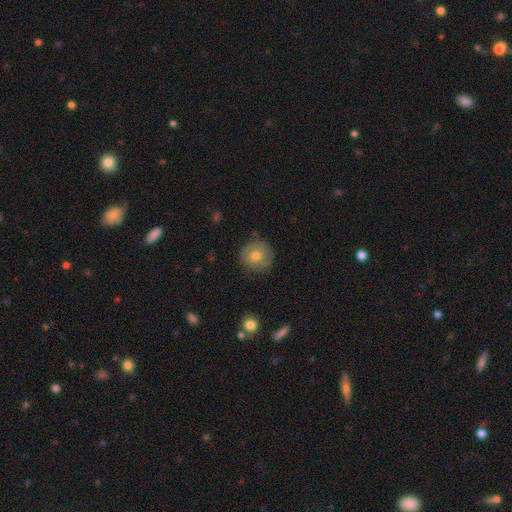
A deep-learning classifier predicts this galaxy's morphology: The model was most divided on "smooth or featured": smooth: 66%, featured or disk: 26%, star or artifact: 8%. More confident: how rounded — round (92%); merging — none (83%).